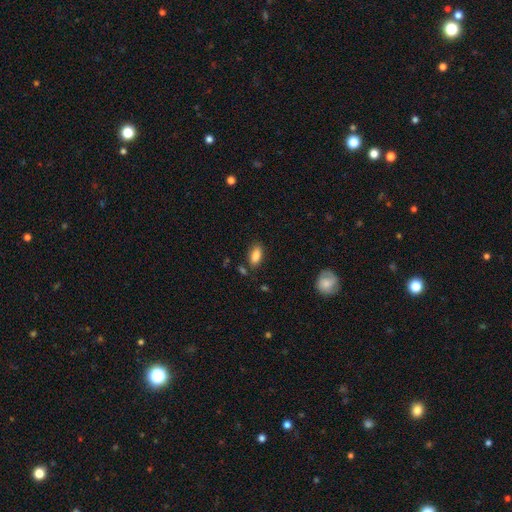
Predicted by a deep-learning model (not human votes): The model was most divided on "merging": none: 80%, minor disturbance: 13%, merger: 4%, major disturbance: 3%. More confident: how rounded — in between (88%); smooth or featured — smooth (86%).